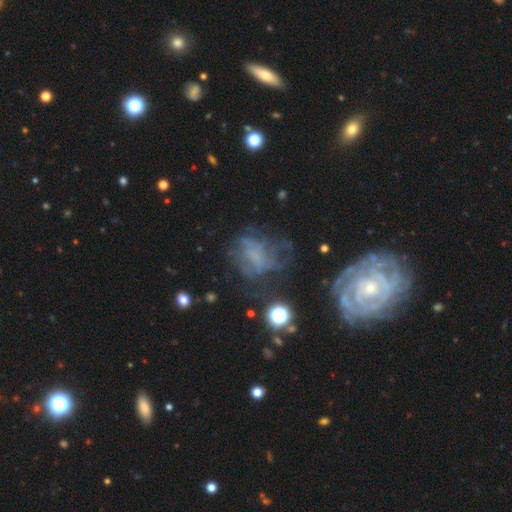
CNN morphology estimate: type=featured or disk (55%); edge-on=no (96%); bar=no (73%); spiral arms=yes (50%, tied with no); bulge=none (59%); merging=none (47%).